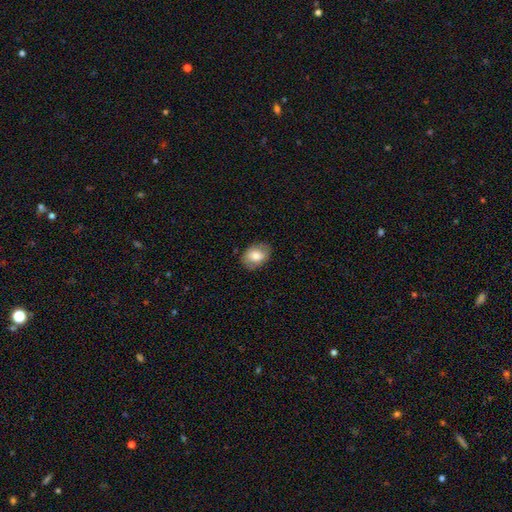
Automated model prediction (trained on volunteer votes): Smooth or featured? Predicted: smooth (p=0.77). How rounded? Predicted: in between (p=0.75). Merging? Predicted: none (p=0.81).